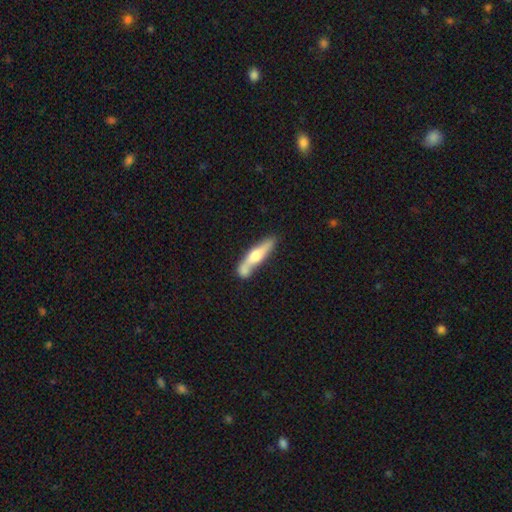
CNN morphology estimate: featured or disk 48%, smooth 47%, star or artifact 5%. Down the decision tree: merging — none (53%).